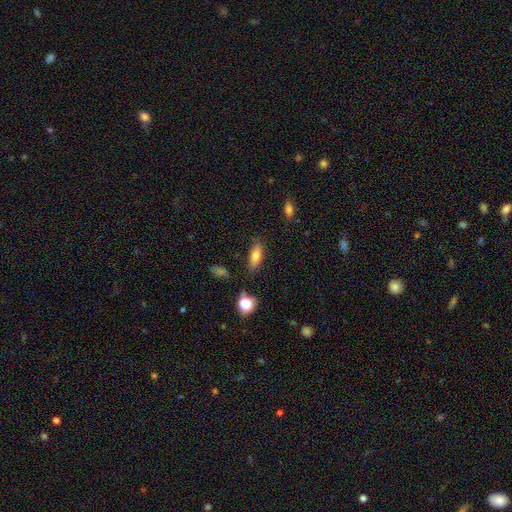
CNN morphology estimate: This appears to be a smooth galaxy with no disk features (76%) that is in between round and cigar-shaped (70%). Merging: none (81%).